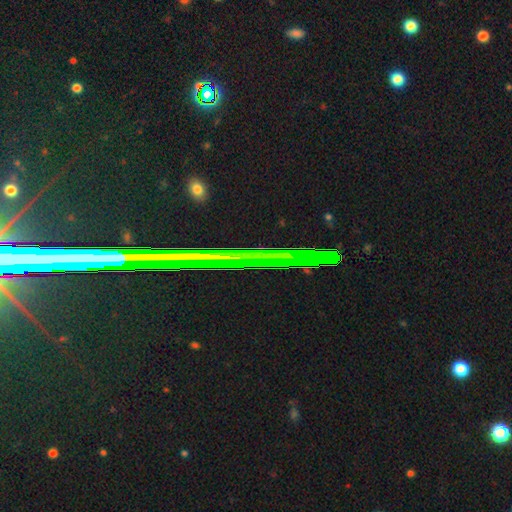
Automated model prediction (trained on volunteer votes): Overall: star or artifact (69%).